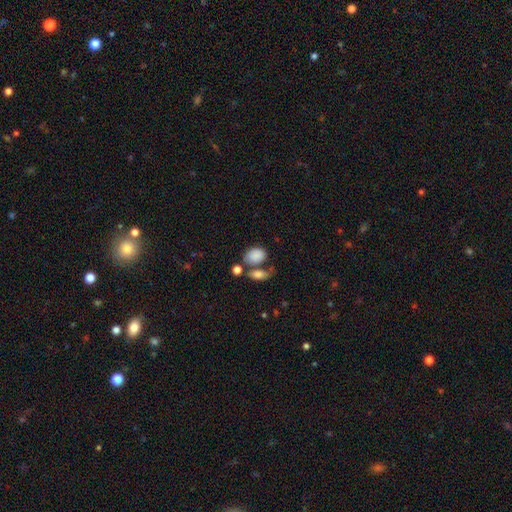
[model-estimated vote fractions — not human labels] Q: Smooth or featured?
A: smooth (85%); runner-up: star or artifact (8%)
Q: How rounded?
A: in between (79%); runner-up: round (19%)
Q: Merging?
A: none (47%); runner-up: merger (30%)